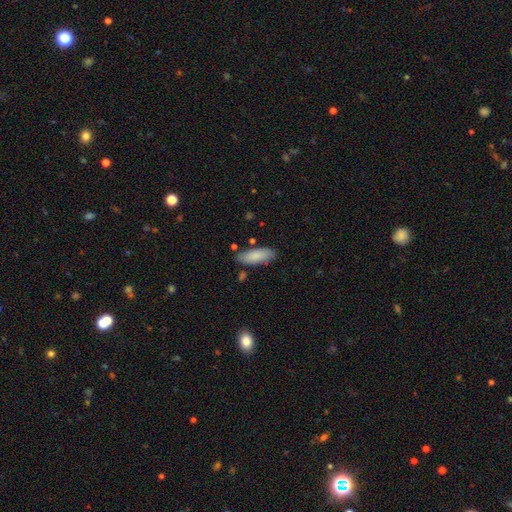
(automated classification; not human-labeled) Morphology: type=smooth (85%); roundness=in between (72%); merging=none (81%).